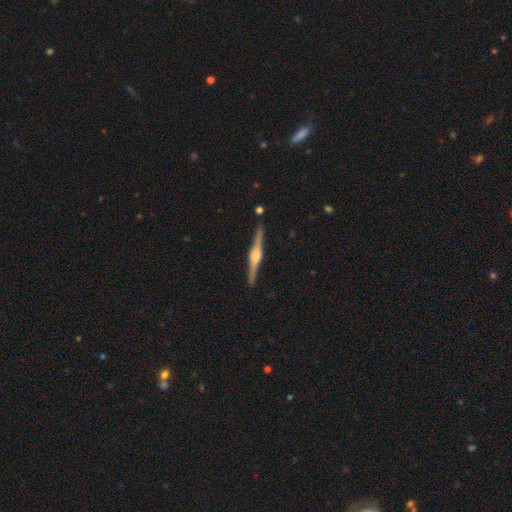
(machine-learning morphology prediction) type=featured or disk (84%); edge-on=yes (98%); edge-on bulge=rounded (82%); merging=none (90%).